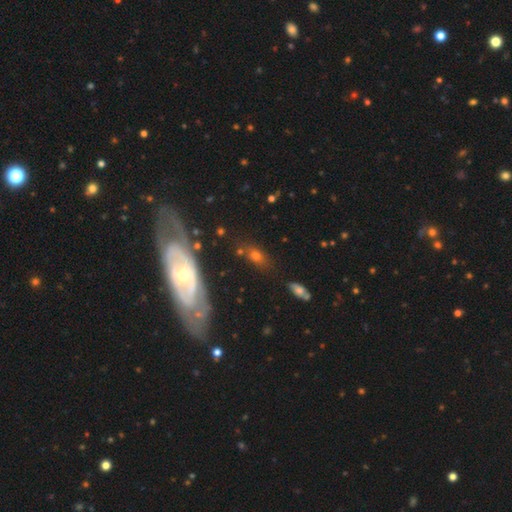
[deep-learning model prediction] A smooth galaxy with no disk features (47%). Merging: none (65%).